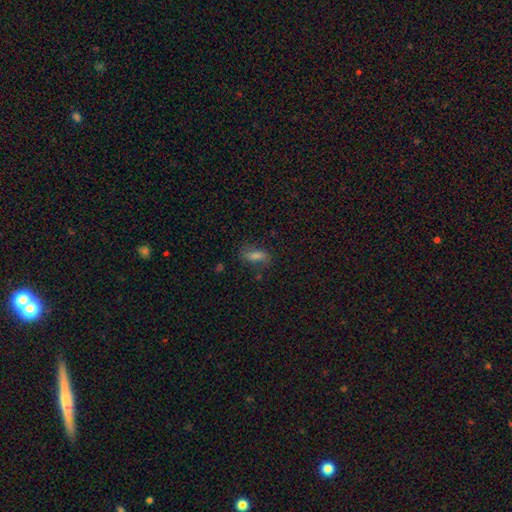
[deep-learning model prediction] Smooth or featured? smooth (69%)
How rounded? in between (74%)
Merging? none (72%)